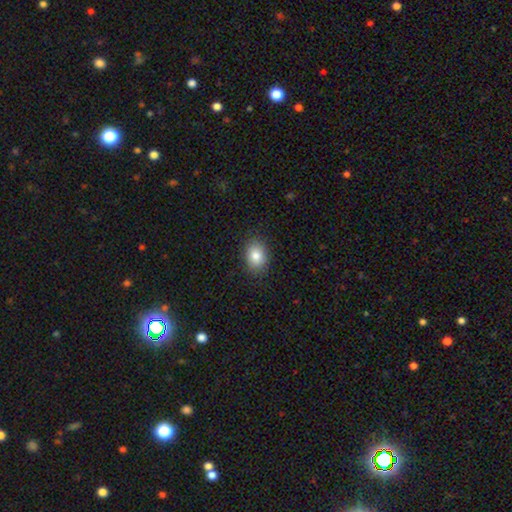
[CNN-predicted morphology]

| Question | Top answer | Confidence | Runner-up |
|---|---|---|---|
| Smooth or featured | smooth | 84% | star or artifact (9%) |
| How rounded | in between | 70% | round (29%) |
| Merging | none | 87% | minor disturbance (10%) |